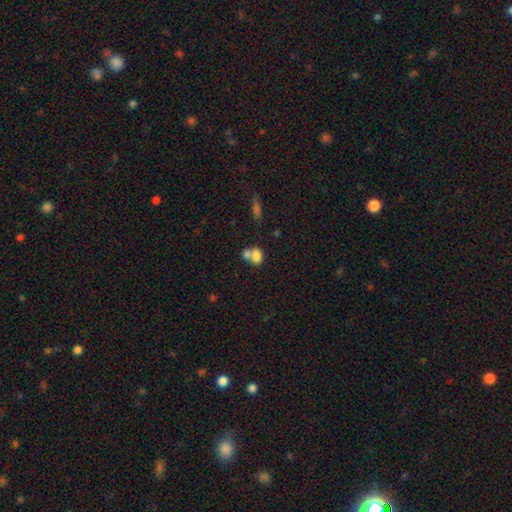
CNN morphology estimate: Smooth or featured: smooth — 79% (featured or disk — 12%)
How rounded: in between — 70% (round — 28%)
Merging: merger — 56% (none — 31%)